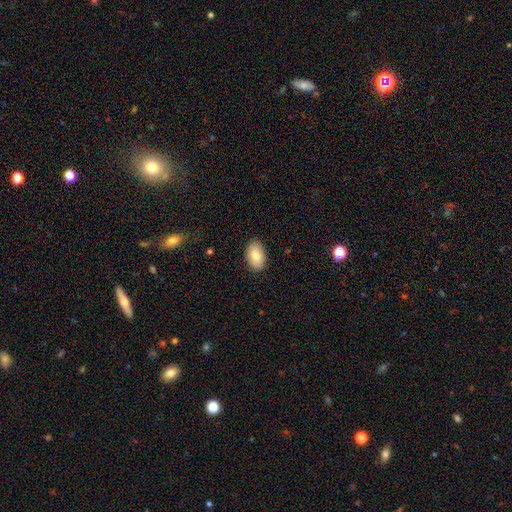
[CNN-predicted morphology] Smooth or featured? Predicted: smooth (p=0.81). How rounded? Predicted: in between (p=0.92). Merging? Predicted: none (p=0.88).